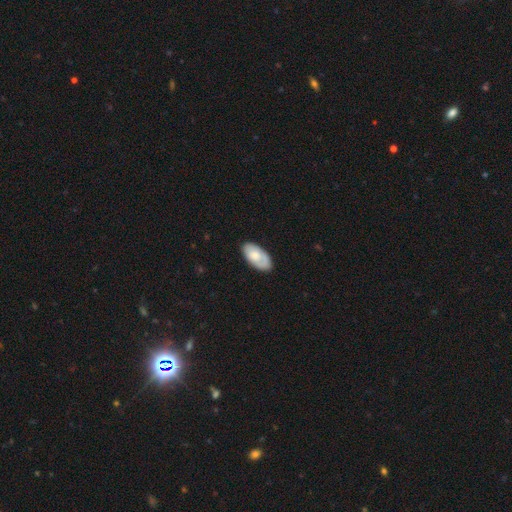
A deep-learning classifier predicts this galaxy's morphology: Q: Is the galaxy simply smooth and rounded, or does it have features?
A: smooth — 67%.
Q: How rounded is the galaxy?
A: in between — 95%.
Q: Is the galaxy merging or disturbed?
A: none — 79%.